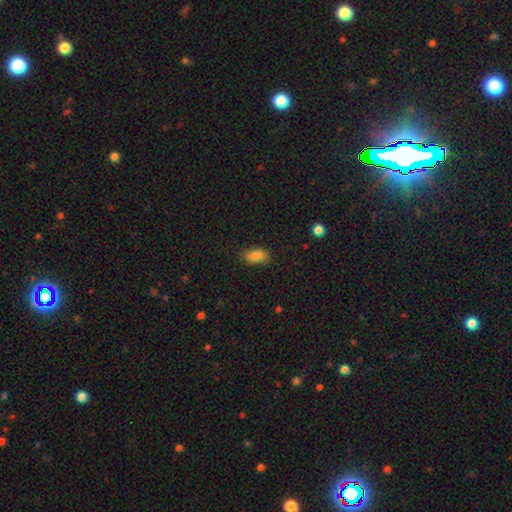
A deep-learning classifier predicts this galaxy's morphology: smooth 84%, star or artifact 10%, featured or disk 7%. Down the decision tree: how rounded — in between (88%); merging — none (76%).